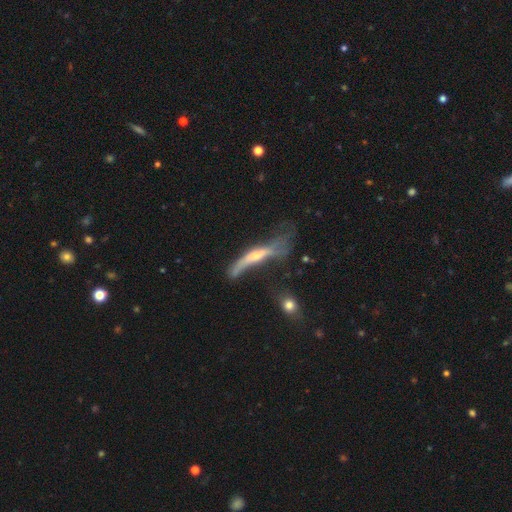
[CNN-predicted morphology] Q: Smooth or featured?
A: featured or disk (58%); runner-up: smooth (33%)
Q: Edge-on disk?
A: yes (72%); runner-up: no (28%)
Q: Merging?
A: major disturbance (43%); runner-up: none (25%)